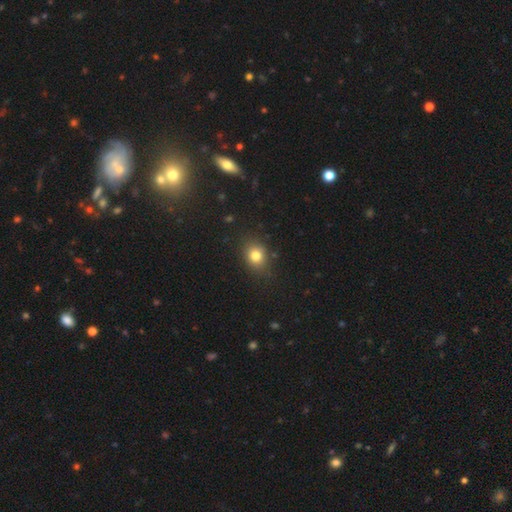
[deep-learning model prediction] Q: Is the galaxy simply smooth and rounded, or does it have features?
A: smooth — 80%.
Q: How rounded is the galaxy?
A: round — 59%.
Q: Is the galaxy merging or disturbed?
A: none — 81%.